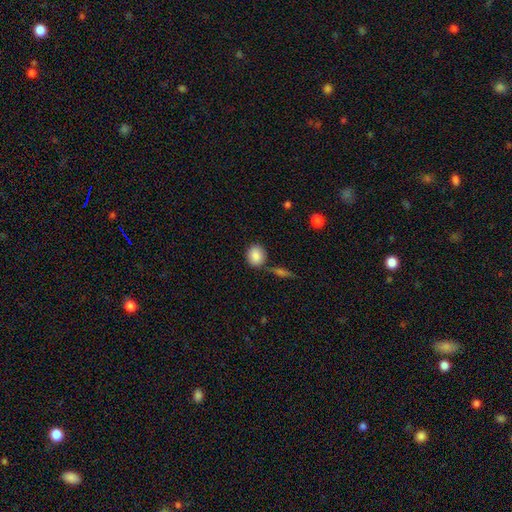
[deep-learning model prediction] Smooth or featured?
  - smooth: 87% *
  - star or artifact: 7%
  - featured or disk: 5%
How rounded?
  - round: 69% *
  - in between: 30%
  - cigar-shaped: 2%
Merging?
  - none: 76% *
  - minor disturbance: 12%
  - merger: 9%
  - major disturbance: 3%